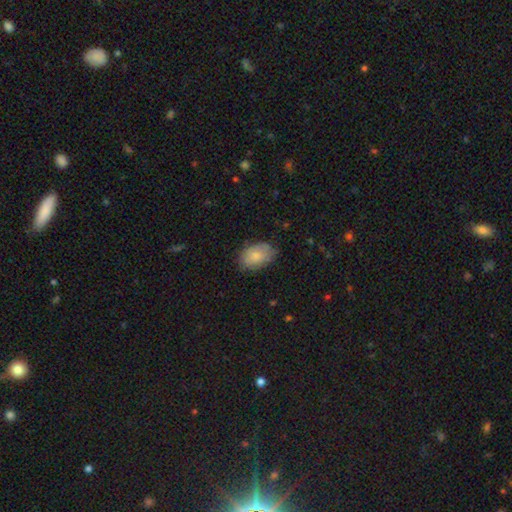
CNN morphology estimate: A smooth galaxy with no disk features (79%) that is in between round and cigar-shaped (87%). Merging: none (71%).